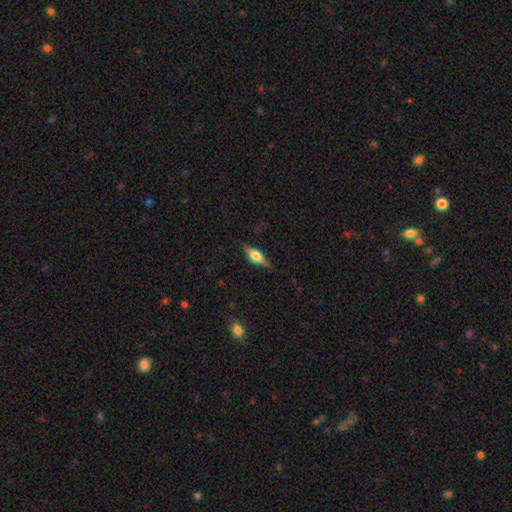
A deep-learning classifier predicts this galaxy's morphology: type=featured or disk (54%); edge-on=yes (94%); edge-on bulge=rounded (87%); merging=none (81%).